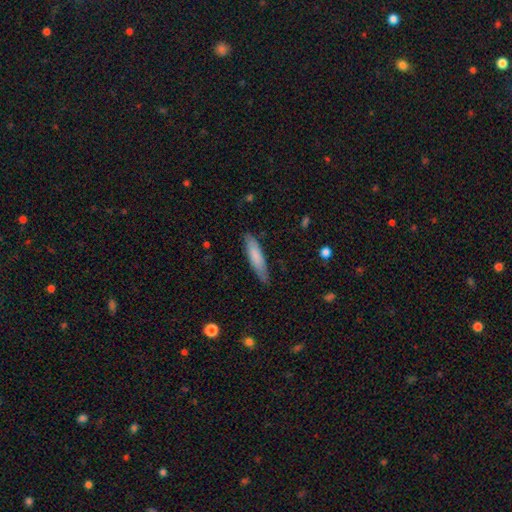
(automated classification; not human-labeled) Smooth or featured? smooth (77%)
How rounded? cigar-shaped (79%)
Merging? none (81%)